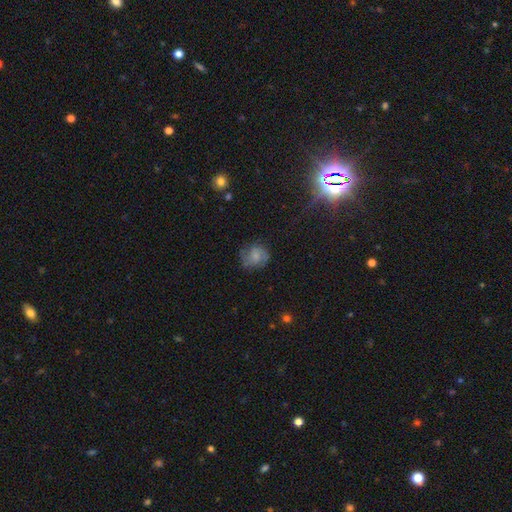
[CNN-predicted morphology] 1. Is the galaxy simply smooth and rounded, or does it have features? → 53% smooth, 36% featured or disk, 10% star or artifact.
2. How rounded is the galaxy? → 78% round, 21% in between, 1% cigar-shaped.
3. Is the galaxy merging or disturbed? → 65% none, 23% minor disturbance, 10% major disturbance, 2% merger.